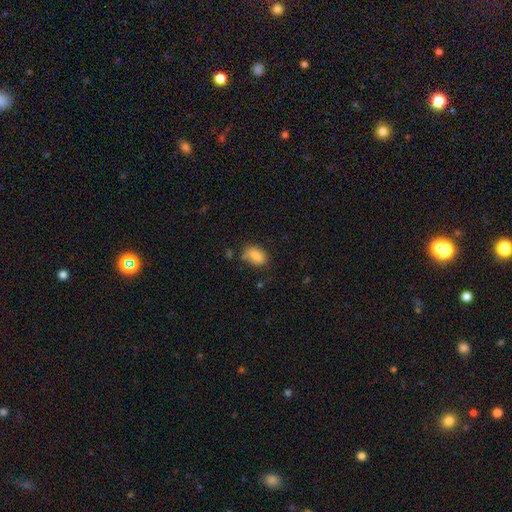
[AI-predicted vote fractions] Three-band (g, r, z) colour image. It shows a smooth galaxy with no disk features (81%) that is in between round and cigar-shaped (84%). Merging: none (62%).